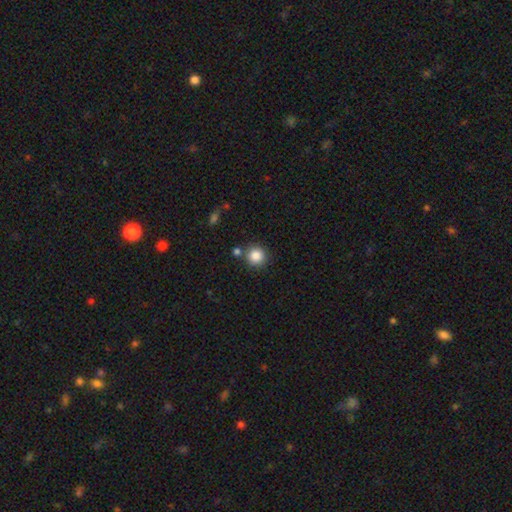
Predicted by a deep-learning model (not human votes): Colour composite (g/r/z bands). It shows a smooth galaxy with no disk features (86%) that is round (93%). Merging: none (79%).